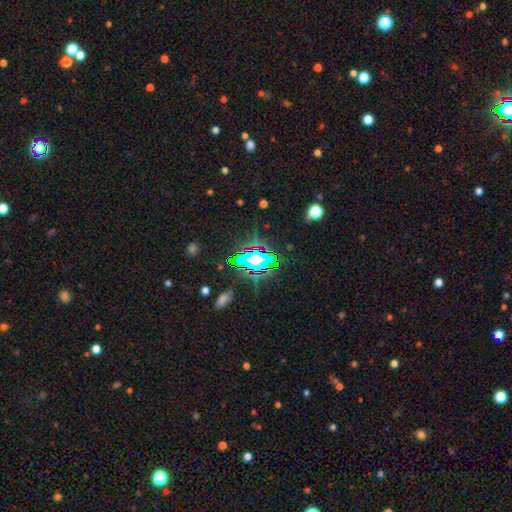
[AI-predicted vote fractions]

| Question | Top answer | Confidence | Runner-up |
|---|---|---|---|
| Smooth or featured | star or artifact | 77% | smooth (13%) |